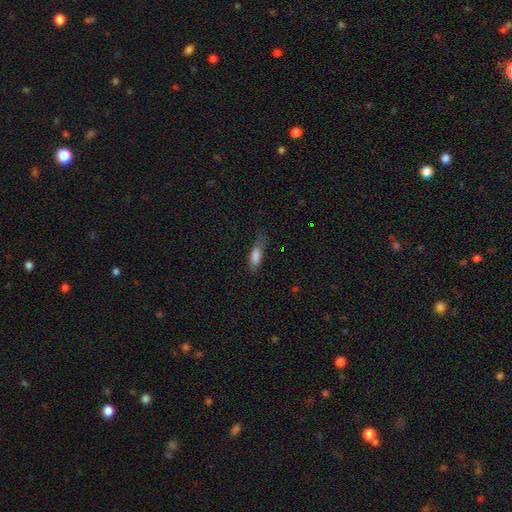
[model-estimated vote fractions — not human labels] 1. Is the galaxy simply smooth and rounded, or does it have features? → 80% smooth, 11% featured or disk, 9% star or artifact.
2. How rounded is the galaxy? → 57% in between, 40% cigar-shaped, 3% round.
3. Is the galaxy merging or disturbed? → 49% none, 34% minor disturbance, 15% major disturbance, 2% merger.